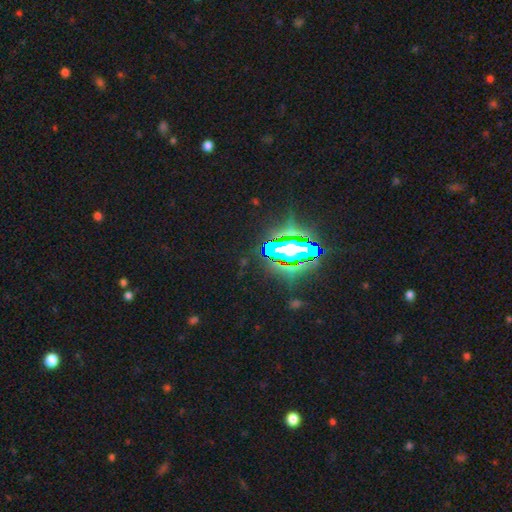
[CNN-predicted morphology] smooth-or-featured: star or artifact: 83% | smooth: 10% | featured or disk: 7%